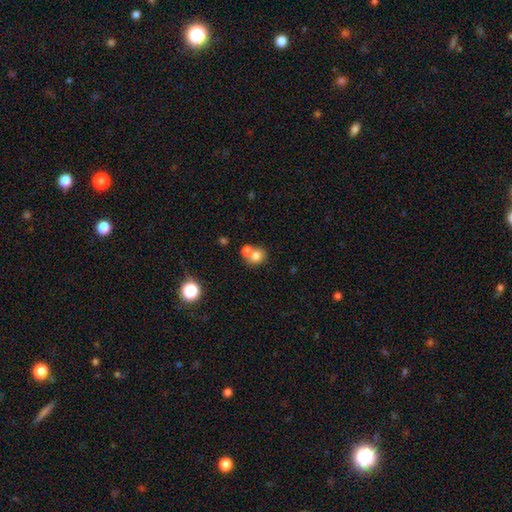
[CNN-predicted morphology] smooth-or-featured: smooth: 76% | featured or disk: 13% | star or artifact: 11%
  how-rounded: round: 72% | in between: 27% | cigar-shaped: 1%
  merging: merger: 50% | none: 39% | minor disturbance: 8% | major disturbance: 3%